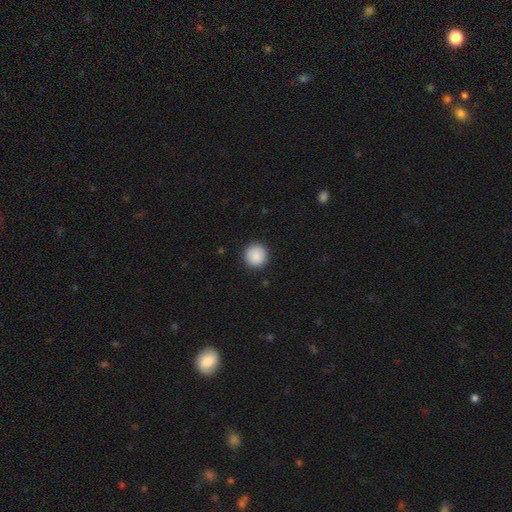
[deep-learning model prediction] This appears to be a smooth galaxy with no disk features (90%) that is round (96%). Merging: none (92%).